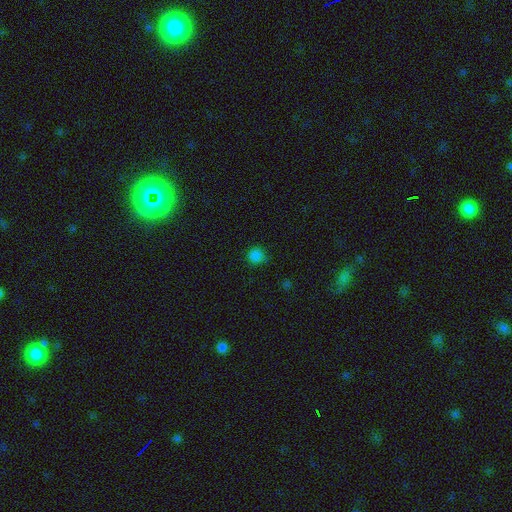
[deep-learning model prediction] smooth-or-featured: smooth: 79% | star or artifact: 18% | featured or disk: 3%
  how-rounded: round: 93% | in between: 6% | cigar-shaped: 1%
  merging: none: 82% | minor disturbance: 13% | major disturbance: 3% | merger: 2%